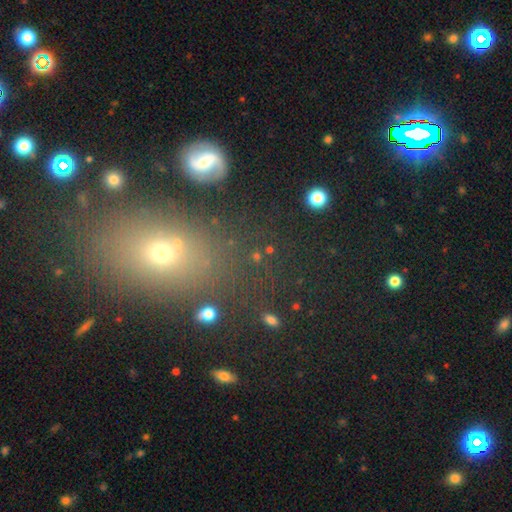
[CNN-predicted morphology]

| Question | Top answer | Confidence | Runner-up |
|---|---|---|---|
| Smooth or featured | smooth | 48% | star or artifact (36%) |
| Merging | none | 74% | minor disturbance (11%) |